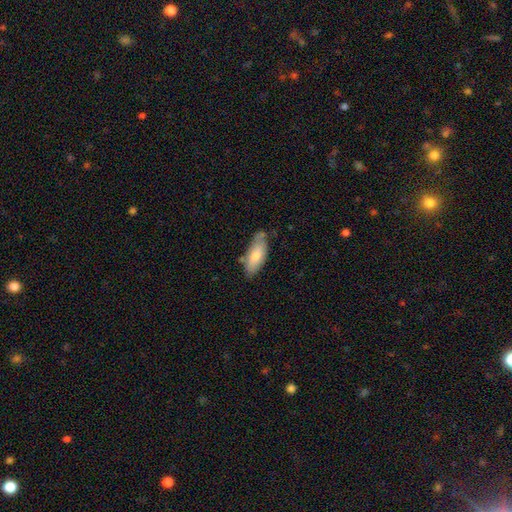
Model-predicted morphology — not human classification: This appears to be a smooth galaxy with no disk features (76%) that is in between round and cigar-shaped (81%). Merging: none (62%).